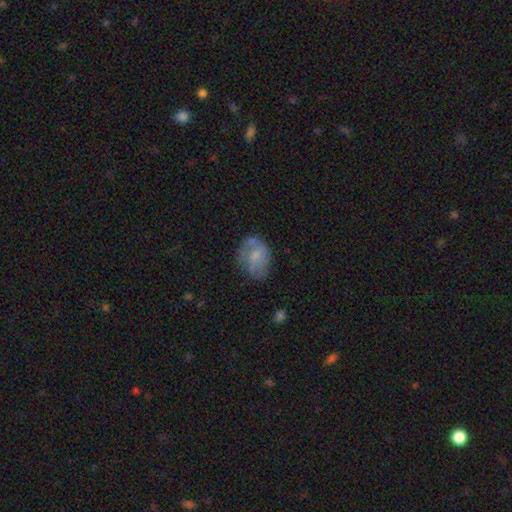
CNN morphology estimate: The model was most divided on "merging": none: 48%, minor disturbance: 28%, major disturbance: 19%, merger: 5%. More confident: how rounded — in between (61%); smooth or featured — smooth (56%).